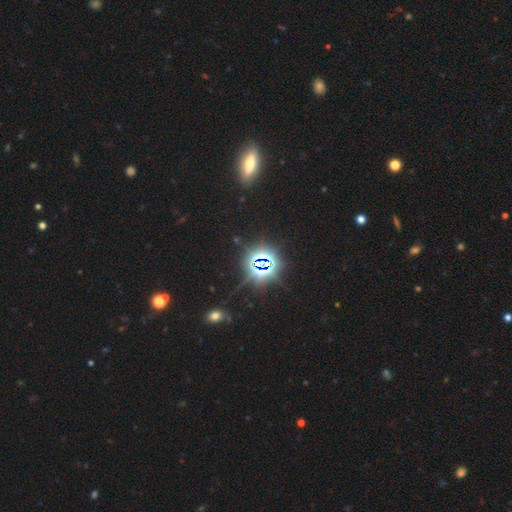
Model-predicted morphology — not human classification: The model was most divided on "smooth or featured": star or artifact: 79%, smooth: 13%, featured or disk: 8%.